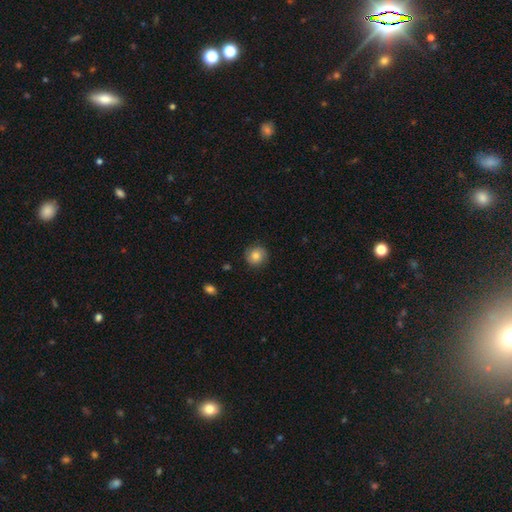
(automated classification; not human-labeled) Smooth or featured? smooth (76%)
How rounded? round (91%)
Merging? none (85%)